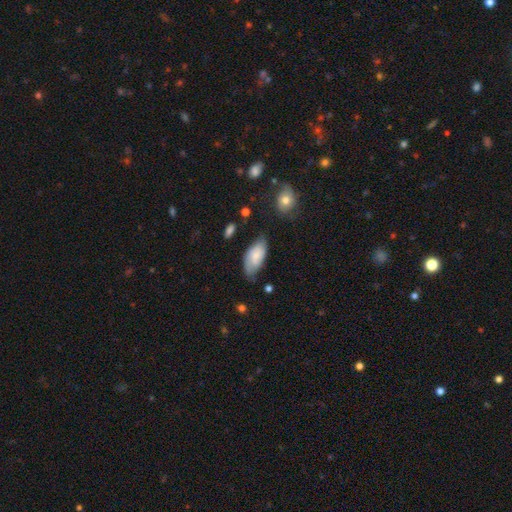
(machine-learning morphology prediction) Smooth or featured: smooth — 64% (featured or disk — 29%)
How rounded: in between — 92% (cigar-shaped — 6%)
Merging: none — 61% (minor disturbance — 29%)